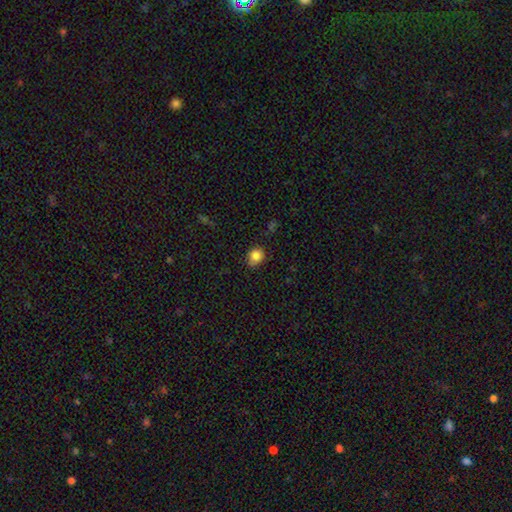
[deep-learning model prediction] Q: Smooth or featured?
A: smooth (84%); runner-up: star or artifact (11%)
Q: How rounded?
A: round (66%); runner-up: in between (33%)
Q: Merging?
A: none (73%); runner-up: minor disturbance (21%)